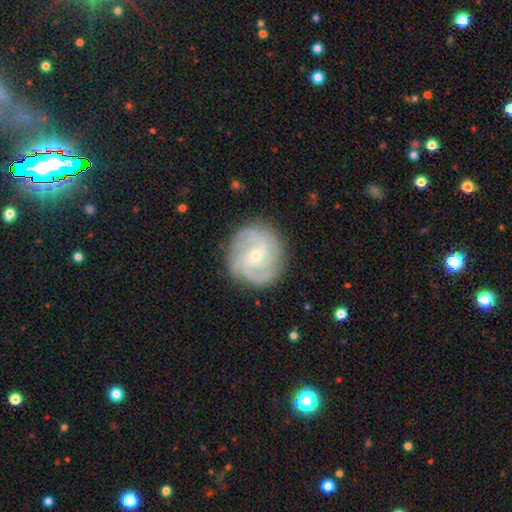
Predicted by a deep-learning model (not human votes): Smooth or featured? featured or disk (85%)
Edge-on disk? no (98%)
Bar? weak (45%)
Spiral arms? yes (97%)
Spiral winding? tight (53%)
Spiral arm count? 3 (34%)
Bulge size? small (68%)
Merging? none (83%)